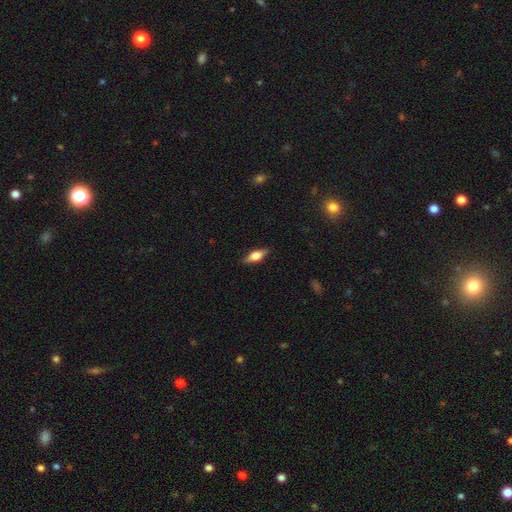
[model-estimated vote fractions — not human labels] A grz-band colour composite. It shows a smooth galaxy with no disk features (49%). Merging: none (85%).